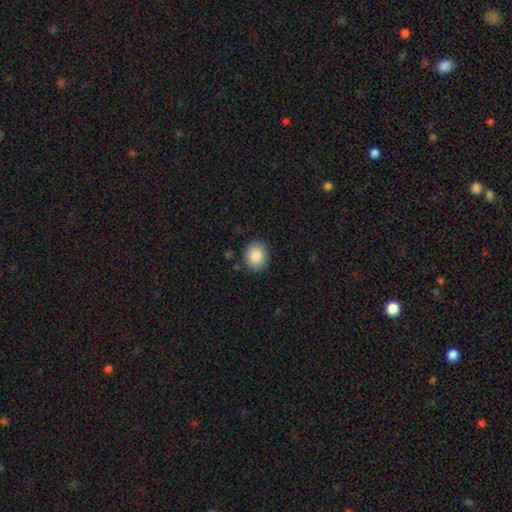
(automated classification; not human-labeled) Smooth or featured? smooth (87%)
How rounded? round (65%)
Merging? none (88%)